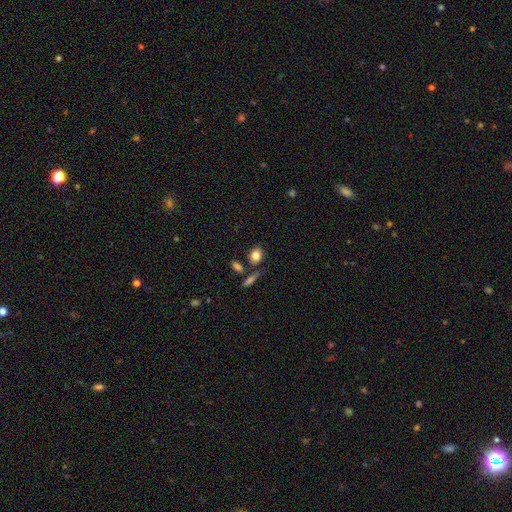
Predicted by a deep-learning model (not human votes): smooth 82%, featured or disk 9%, star or artifact 9%. Down the decision tree: how rounded — in between (59%); merging — none (68%).